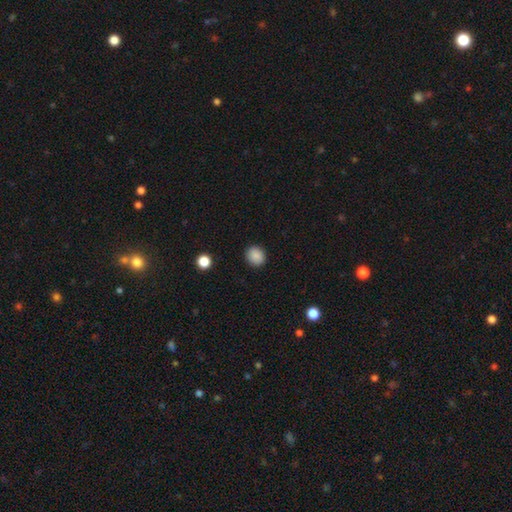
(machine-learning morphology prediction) smooth 87%, star or artifact 9%, featured or disk 3%. Down the decision tree: how rounded — round (84%); merging — none (91%).